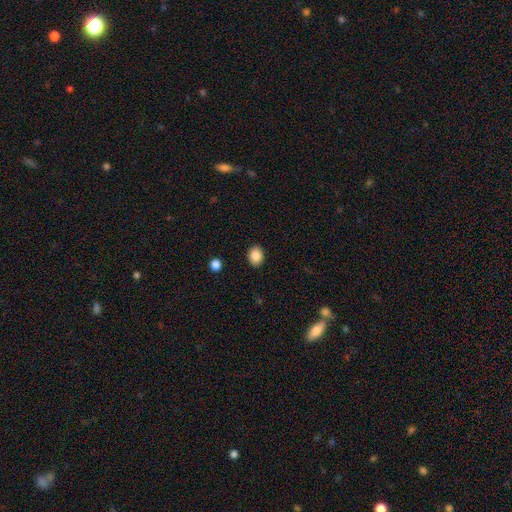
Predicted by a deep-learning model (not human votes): Smooth or featured? smooth (87%)
How rounded? in between (52%)
Merging? none (90%)